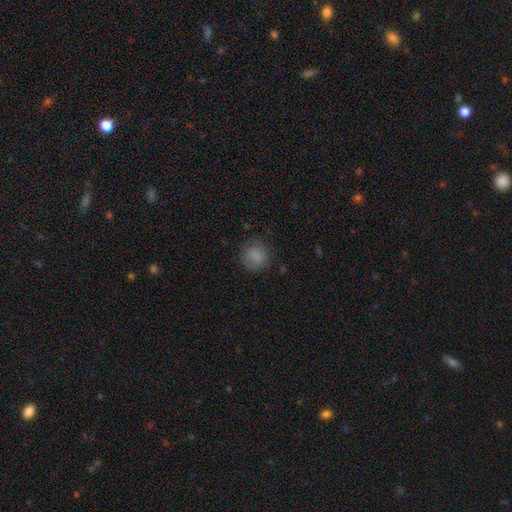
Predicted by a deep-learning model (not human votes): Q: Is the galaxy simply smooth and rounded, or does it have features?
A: smooth — 85%.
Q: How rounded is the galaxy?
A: round — 84%.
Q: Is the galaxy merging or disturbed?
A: none — 78%.